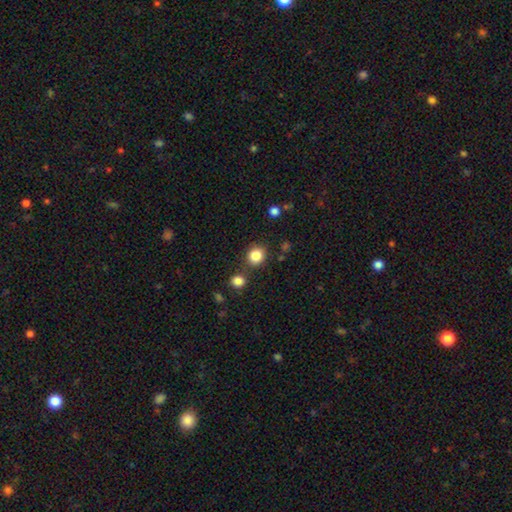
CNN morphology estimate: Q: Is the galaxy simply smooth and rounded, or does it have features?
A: smooth — 85%.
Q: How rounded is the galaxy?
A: round — 84%.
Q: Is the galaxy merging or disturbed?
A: none — 78%.